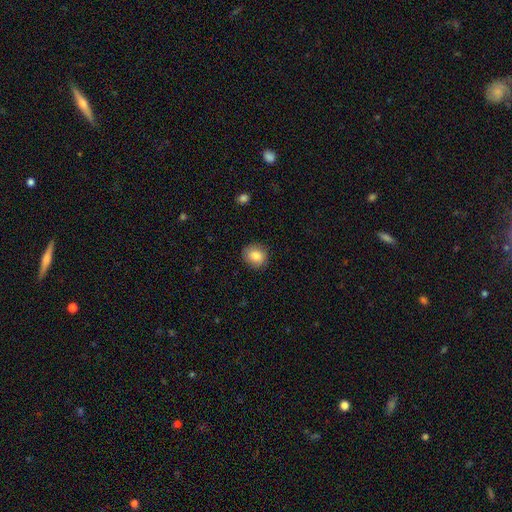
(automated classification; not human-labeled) The model was most divided on "how rounded": round: 77%, in between: 22%, cigar-shaped: 1%. More confident: merging — none (87%); smooth or featured — smooth (85%).